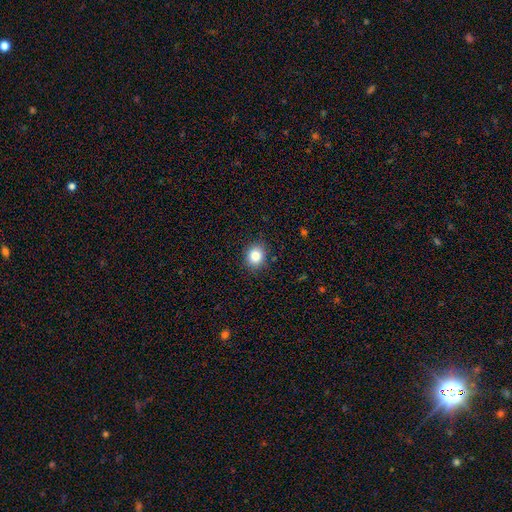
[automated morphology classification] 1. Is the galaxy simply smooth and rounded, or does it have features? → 84% smooth, 11% star or artifact, 5% featured or disk.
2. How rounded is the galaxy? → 71% round, 28% in between, 1% cigar-shaped.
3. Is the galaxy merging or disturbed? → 87% none, 10% minor disturbance, 2% major disturbance, 1% merger.